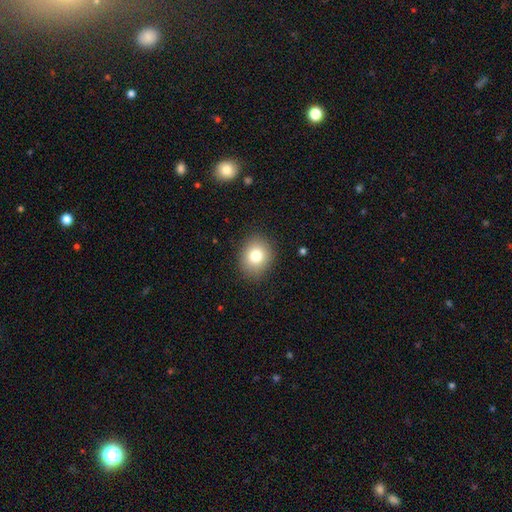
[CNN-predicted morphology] This is likely a smooth galaxy (80%). How rounded: likely round (66%). Merging: clearly none (88%).